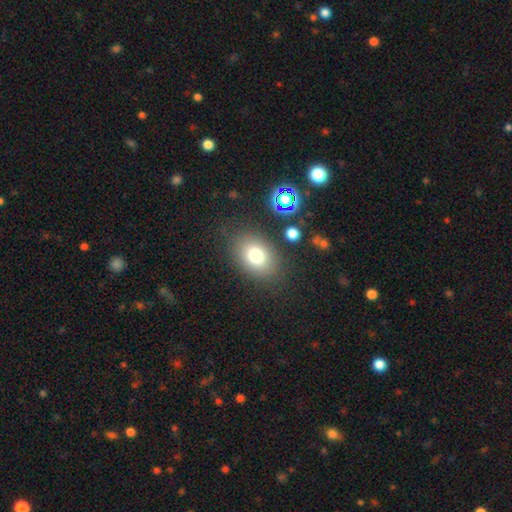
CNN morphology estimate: Smooth or featured? Predicted: smooth (p=0.77). How rounded? Predicted: in between (p=0.69). Merging? Predicted: none (p=0.81).